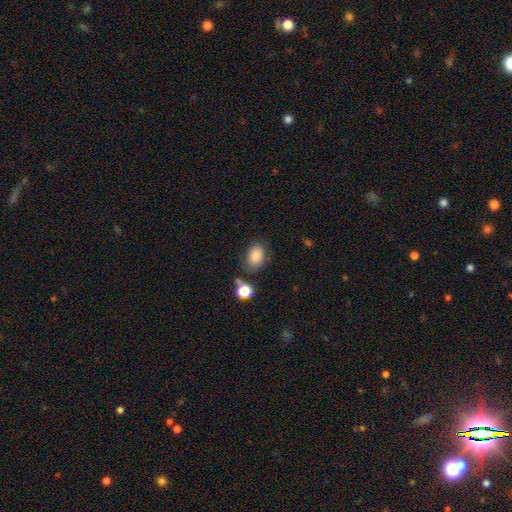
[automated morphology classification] smooth-or-featured: smooth: 84% | star or artifact: 9% | featured or disk: 7%
  how-rounded: in between: 81% | round: 18% | cigar-shaped: 1%
  merging: none: 68% | minor disturbance: 19% | merger: 7% | major disturbance: 6%